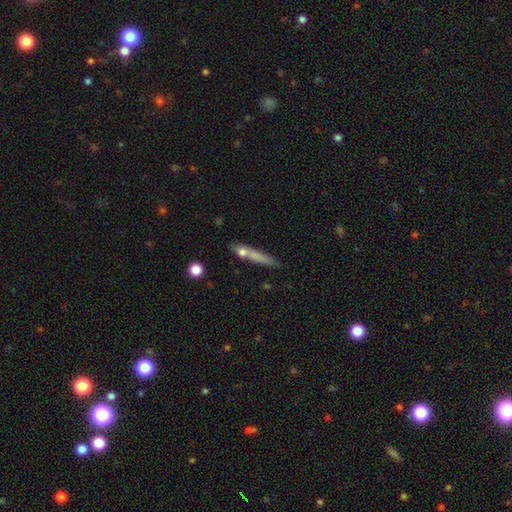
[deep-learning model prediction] Q: Smooth or featured?
A: smooth (62%); runner-up: featured or disk (29%)
Q: How rounded?
A: cigar-shaped (90%); runner-up: in between (7%)
Q: Merging?
A: none (65%); runner-up: minor disturbance (17%)